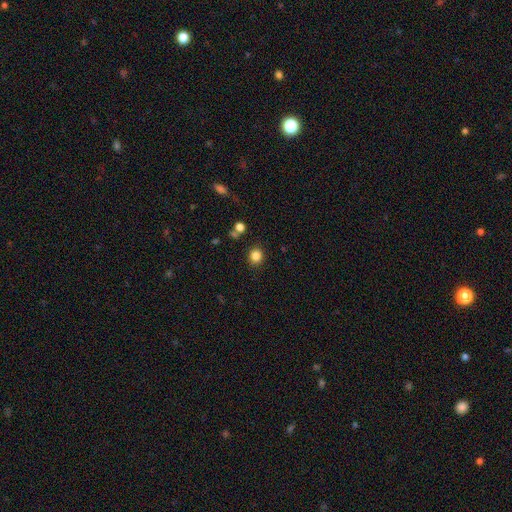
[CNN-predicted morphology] smooth_or_featured: smooth (p=0.84) [alt: star or artifact p=0.12]
how_rounded: round (p=0.82) [alt: in between p=0.17]
merging: none (p=0.87) [alt: minor disturbance p=0.08]